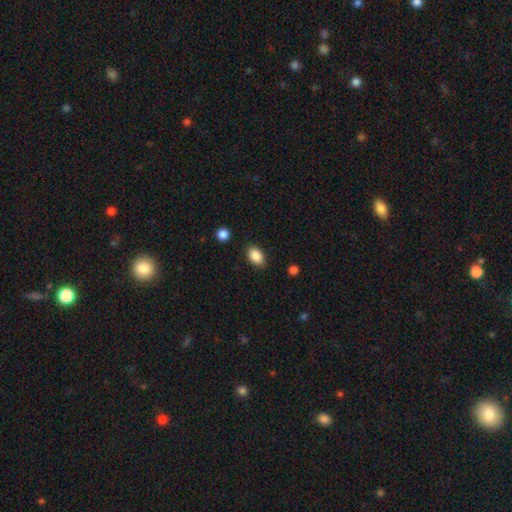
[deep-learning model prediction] Smooth or featured? Predicted: smooth (p=0.87). How rounded? Predicted: in between (p=0.86). Merging? Predicted: none (p=0.84).